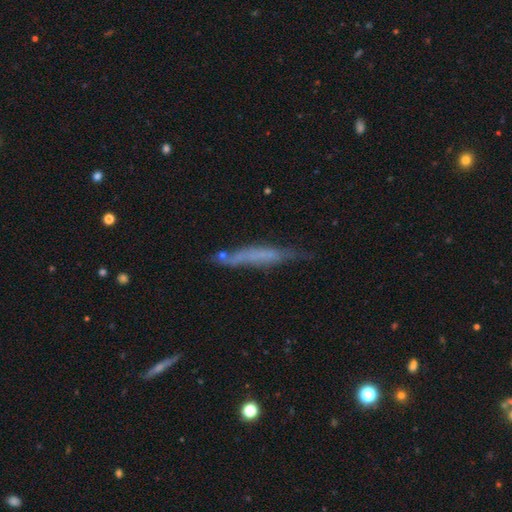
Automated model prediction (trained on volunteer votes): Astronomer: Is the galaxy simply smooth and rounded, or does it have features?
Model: smooth — 48% (runner-up: featured or disk, 42%).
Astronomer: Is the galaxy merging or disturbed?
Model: none — 59%.